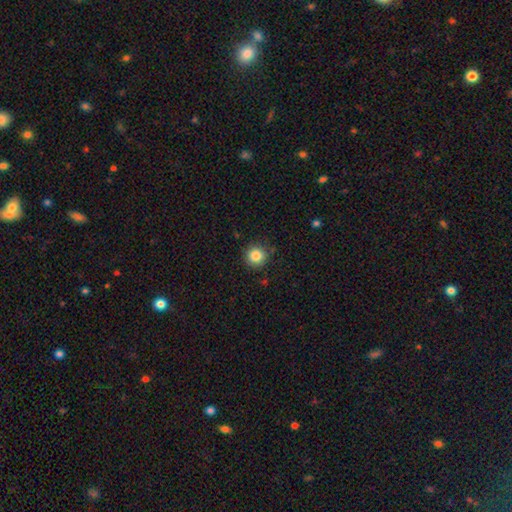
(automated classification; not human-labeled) smooth-or-featured: smooth: 85% | star or artifact: 10% | featured or disk: 5%
  how-rounded: round: 94% | in between: 5% | cigar-shaped: 1%
  merging: none: 87% | minor disturbance: 9% | major disturbance: 3% | merger: 1%